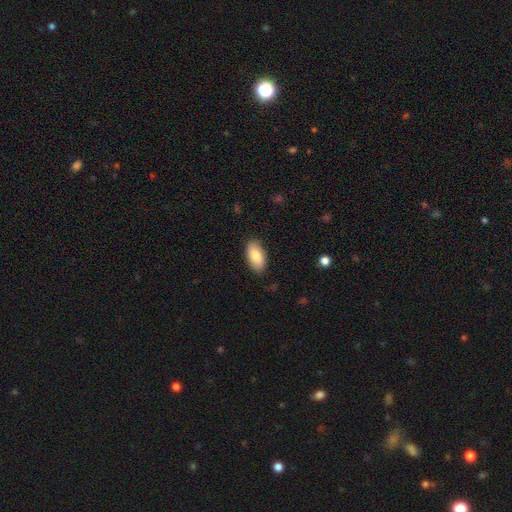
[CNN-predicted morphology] smooth_or_featured: smooth (p=0.81) [alt: featured or disk p=0.13]
how_rounded: in between (p=0.93) [alt: cigar-shaped p=0.05]
merging: none (p=0.87) [alt: minor disturbance p=0.10]